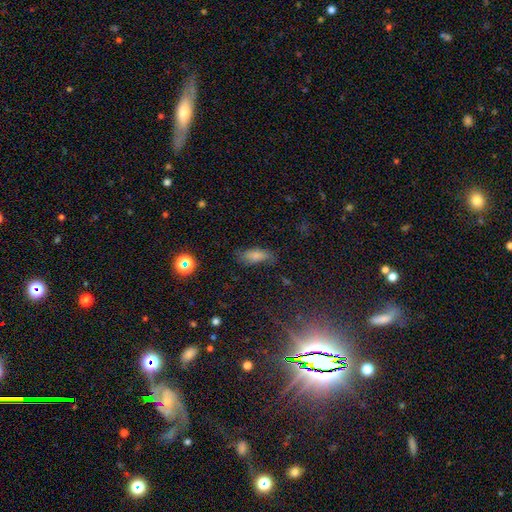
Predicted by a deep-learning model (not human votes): Overall: smooth (75%). How rounded: in between (78%). Merging: none (62%; minor disturbance 27%).